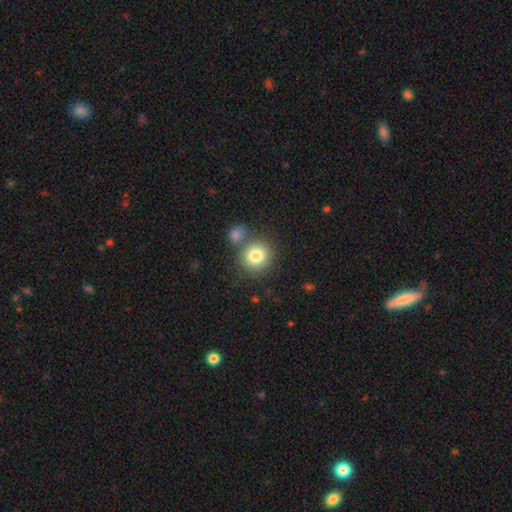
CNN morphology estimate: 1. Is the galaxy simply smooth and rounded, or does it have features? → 81% smooth, 10% star or artifact, 9% featured or disk.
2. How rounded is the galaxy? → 89% round, 10% in between, 1% cigar-shaped.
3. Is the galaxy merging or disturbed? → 69% none, 19% merger, 9% minor disturbance, 3% major disturbance.